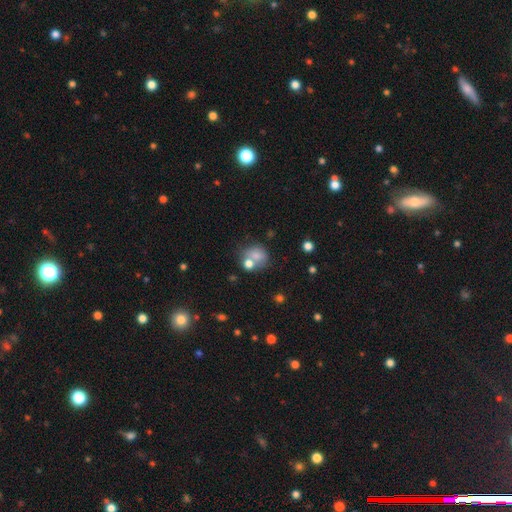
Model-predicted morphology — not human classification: Overall: smooth (73%). How rounded: round (69%; in between 30%). Merging: none (44%; merger 34%).